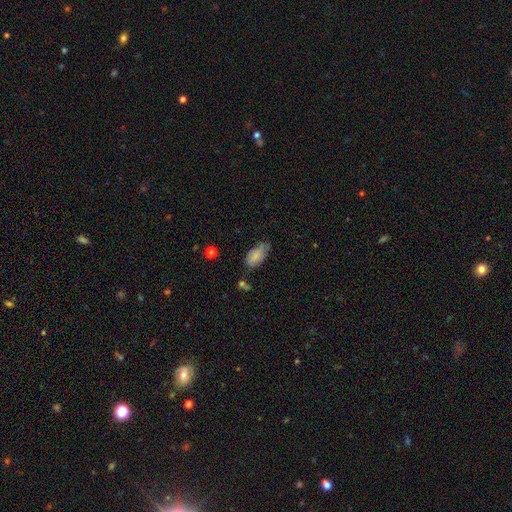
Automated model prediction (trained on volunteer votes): Overall: smooth (76%). How rounded: in between (91%). Merging: none (55%; minor disturbance 32%).